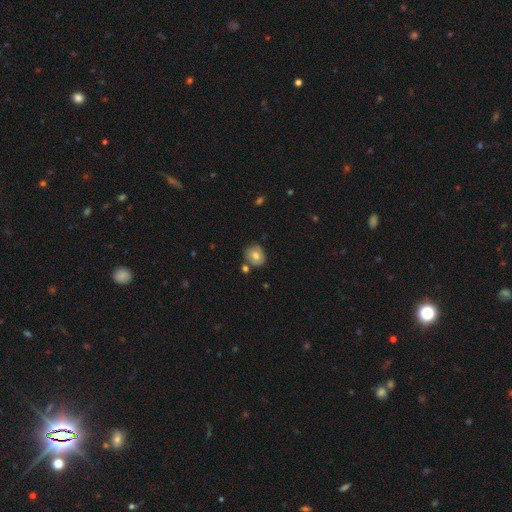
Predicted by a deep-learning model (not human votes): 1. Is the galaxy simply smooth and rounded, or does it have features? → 71% smooth, 19% featured or disk, 9% star or artifact.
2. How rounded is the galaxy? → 77% round, 22% in between, 1% cigar-shaped.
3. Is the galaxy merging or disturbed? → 74% none, 13% minor disturbance, 10% merger, 3% major disturbance.